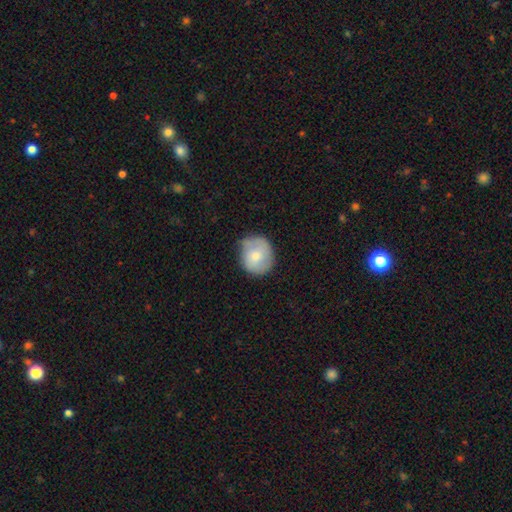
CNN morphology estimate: Smooth or featured? smooth (66%)
How rounded? round (77%)
Merging? none (63%)